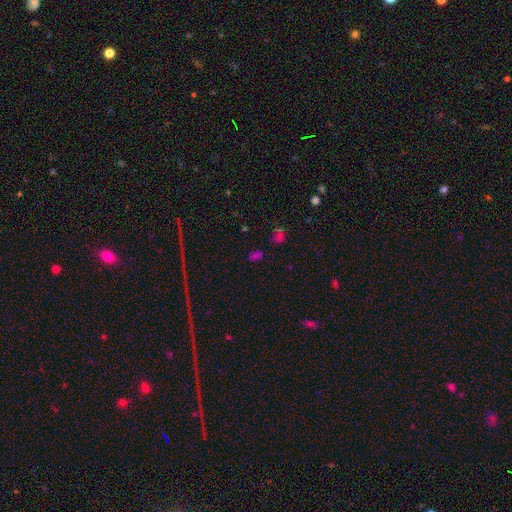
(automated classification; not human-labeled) Smooth or featured? Predicted: smooth (p=0.47). Merging? Predicted: none (p=0.64).